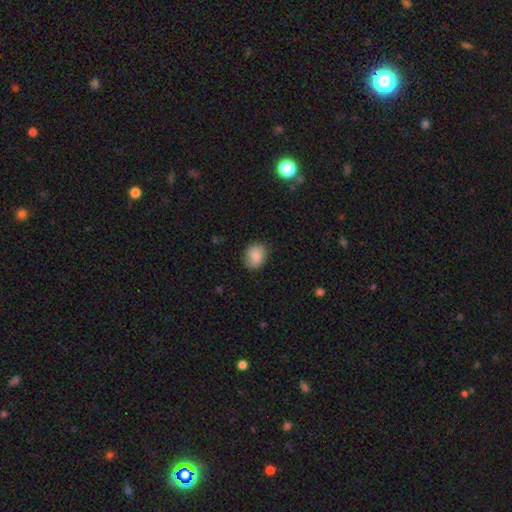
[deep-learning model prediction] Q: Smooth or featured?
A: smooth (84%); runner-up: featured or disk (9%)
Q: How rounded?
A: round (52%); runner-up: in between (47%)
Q: Merging?
A: none (80%); runner-up: minor disturbance (16%)